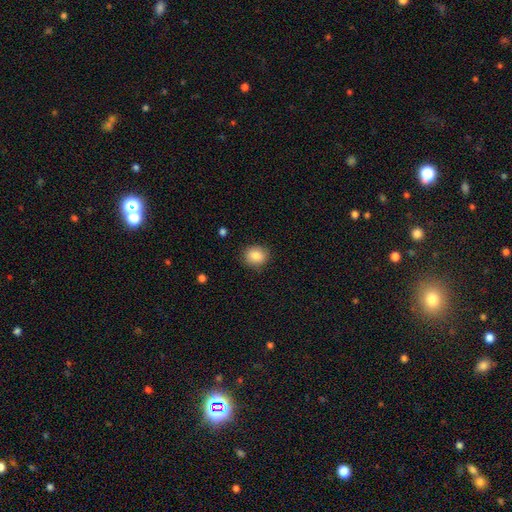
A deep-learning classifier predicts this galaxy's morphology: Q: Smooth or featured?
A: smooth (85%); runner-up: star or artifact (9%)
Q: How rounded?
A: round (72%); runner-up: in between (27%)
Q: Merging?
A: none (87%); runner-up: minor disturbance (10%)